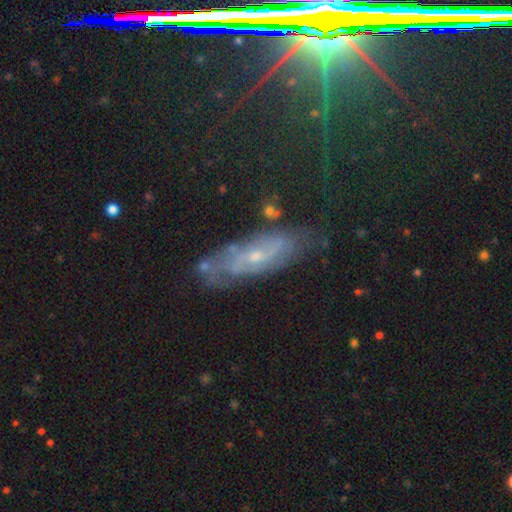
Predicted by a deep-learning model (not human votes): Overall: featured or disk (61%). Edge-on disk: no (76%). Merging: none (72%).